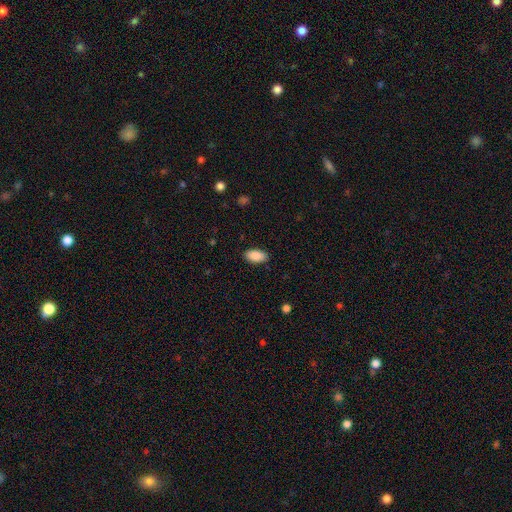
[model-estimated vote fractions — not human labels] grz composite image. It shows a smooth galaxy with no disk features (89%) that is in between round and cigar-shaped (94%). Merging: none (88%).